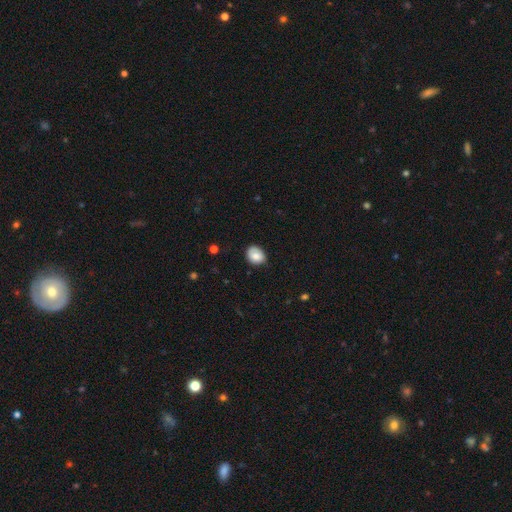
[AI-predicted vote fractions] Smooth or featured: smooth — 81% (featured or disk — 12%)
How rounded: in between — 51% (round — 48%)
Merging: none — 69% (minor disturbance — 24%)